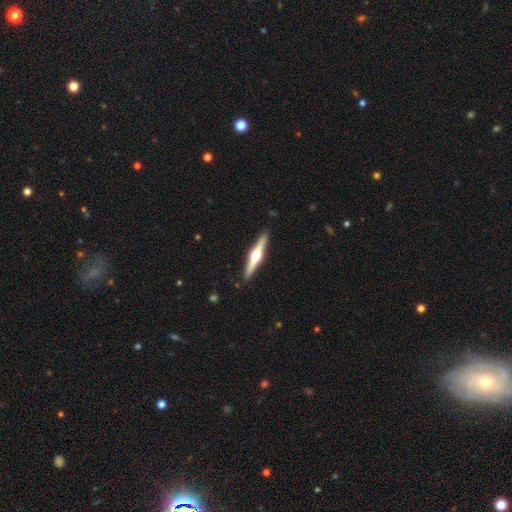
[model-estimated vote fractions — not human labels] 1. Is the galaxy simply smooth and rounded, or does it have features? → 77% featured or disk, 18% smooth, 5% star or artifact.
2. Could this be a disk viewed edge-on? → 98% yes, 2% no.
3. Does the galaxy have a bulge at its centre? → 96% rounded, 3% boxy, 2% none.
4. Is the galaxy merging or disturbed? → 91% none, 7% minor disturbance, 1% major disturbance, 1% merger.